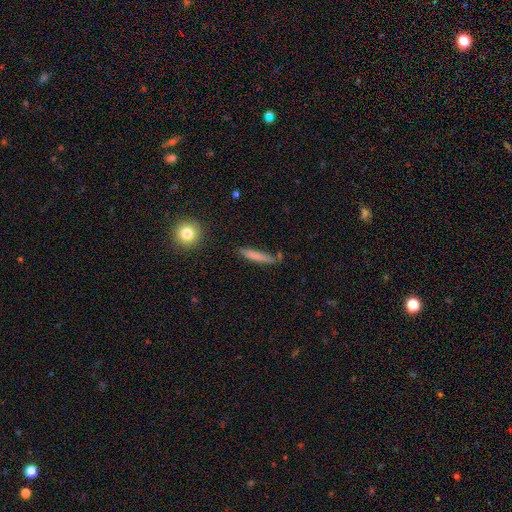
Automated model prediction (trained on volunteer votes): This appears to be a smooth galaxy with no disk features (76%) that is cigar-shaped (91%). Merging: none (77%).